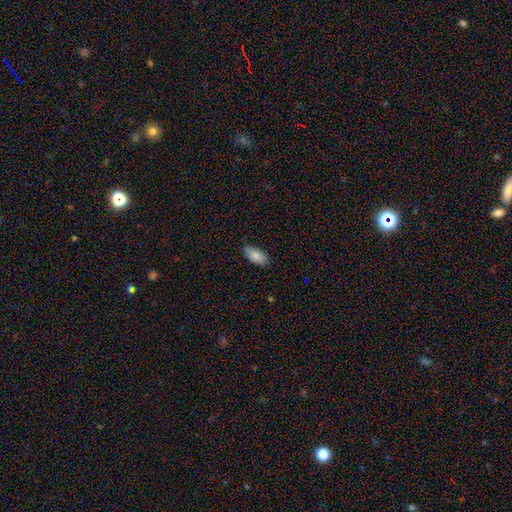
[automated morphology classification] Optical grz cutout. It shows a smooth galaxy with no disk features (87%) that is in between round and cigar-shaped (92%). Merging: none (82%).